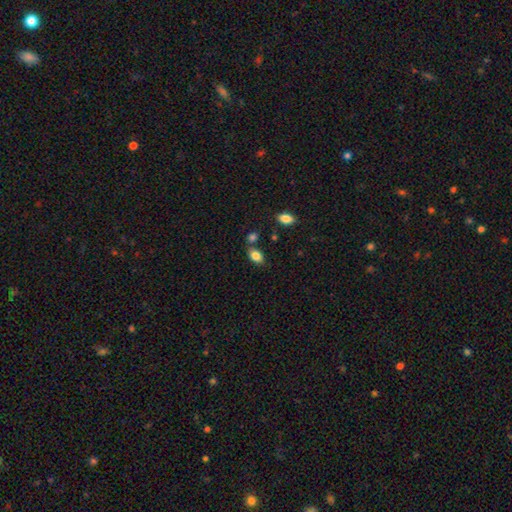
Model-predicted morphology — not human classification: Smooth or featured? Predicted: smooth (p=0.85). How rounded? Predicted: in between (p=0.88). Merging? Predicted: none (p=0.69).